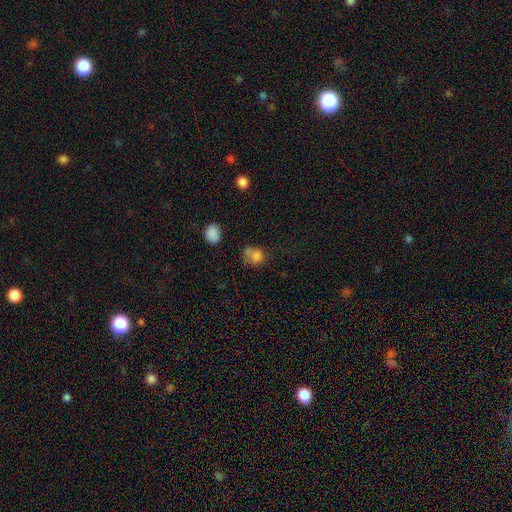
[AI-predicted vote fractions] Q: Smooth or featured?
A: smooth (76%); runner-up: star or artifact (13%)
Q: How rounded?
A: round (62%); runner-up: in between (37%)
Q: Merging?
A: none (39%); runner-up: minor disturbance (23%)